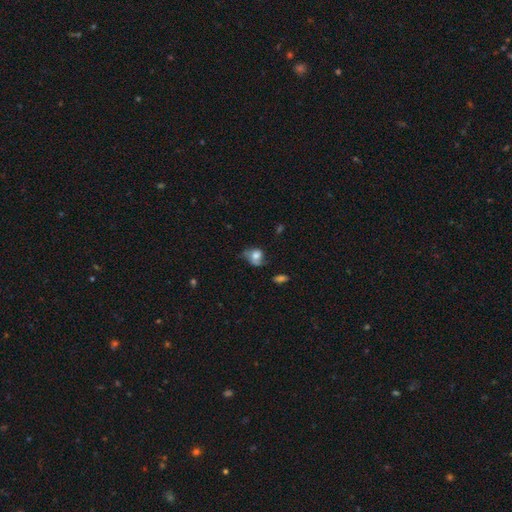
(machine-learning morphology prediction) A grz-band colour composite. It shows a smooth galaxy with no disk features (67%) that is round (52%). Merging: minor disturbance (33%).